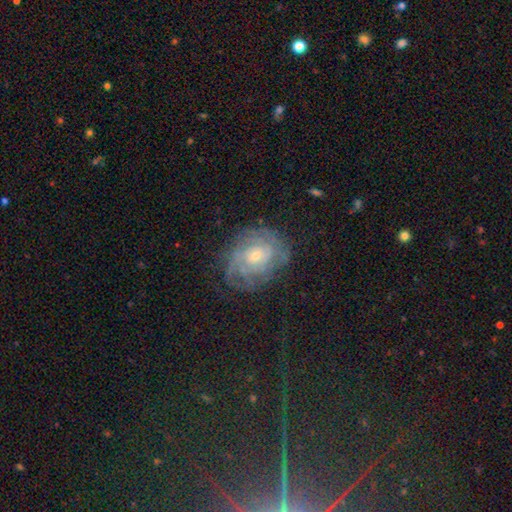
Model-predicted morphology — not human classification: A featured or disk galaxy (73%) with no bar (73%), tight (68%) spiral arms (87%) and a small central bulge (57%). Merging: none (68%).